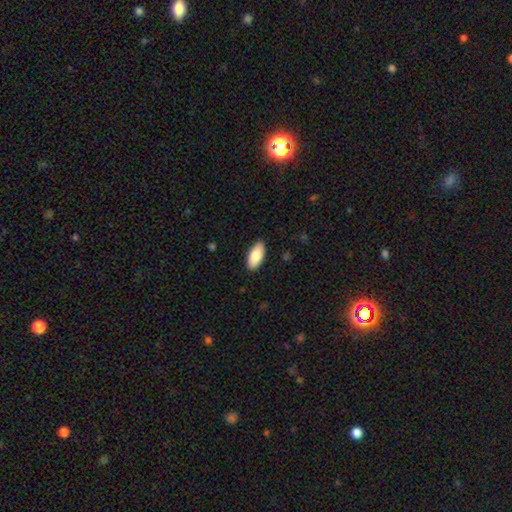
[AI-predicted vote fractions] Q: Smooth or featured?
A: smooth (84%); runner-up: featured or disk (10%)
Q: How rounded?
A: in between (89%); runner-up: cigar-shaped (9%)
Q: Merging?
A: none (89%); runner-up: minor disturbance (9%)